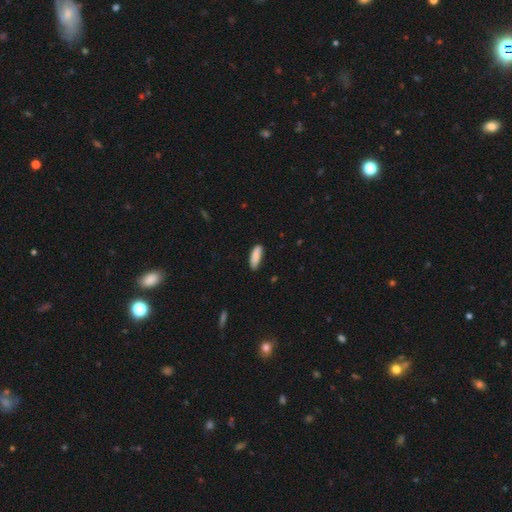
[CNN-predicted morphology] type=smooth (89%); roundness=in between (60%); merging=none (79%).